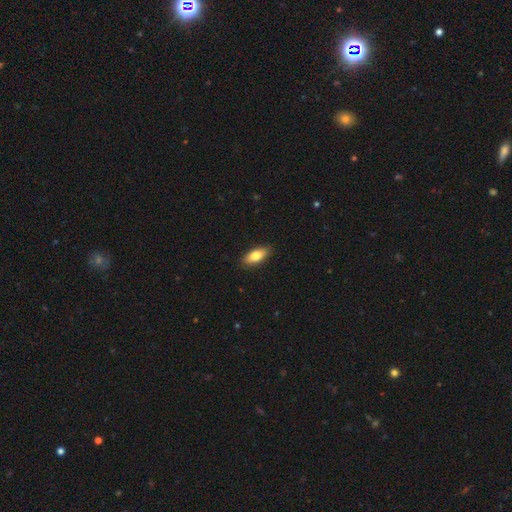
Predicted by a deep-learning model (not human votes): This is likely a smooth galaxy (79%). How rounded: clearly in between (81%). Merging: clearly none (88%).